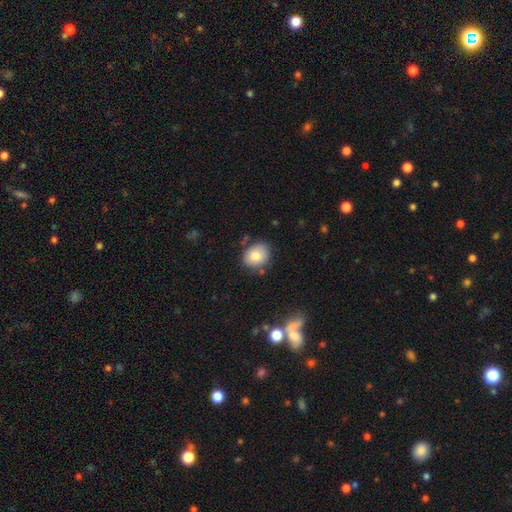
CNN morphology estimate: This appears to be a smooth galaxy with no disk features (79%) that is round (56%). Merging: none (76%).